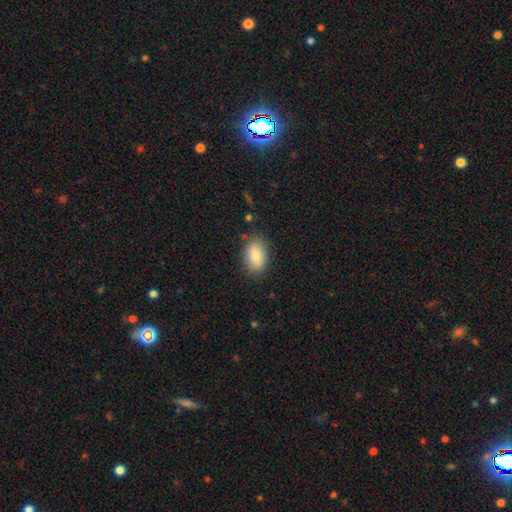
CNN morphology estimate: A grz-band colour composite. It shows a smooth galaxy with no disk features (85%) that is in between round and cigar-shaped (87%). Merging: none (83%).